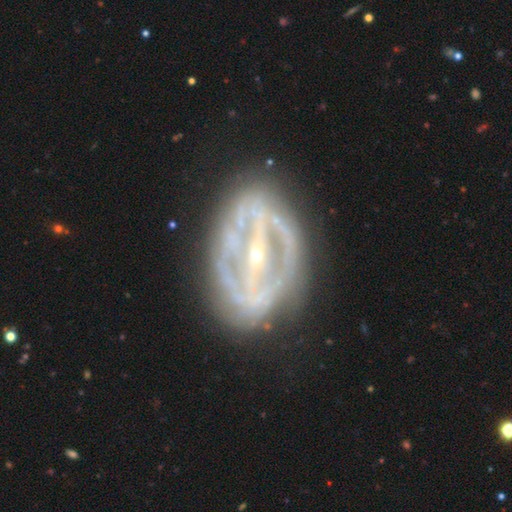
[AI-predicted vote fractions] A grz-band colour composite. It shows a featured or disk galaxy (86%) with a strong bar (75%), spiral arms (59%) and a small central bulge (74%). Merging: none (75%).